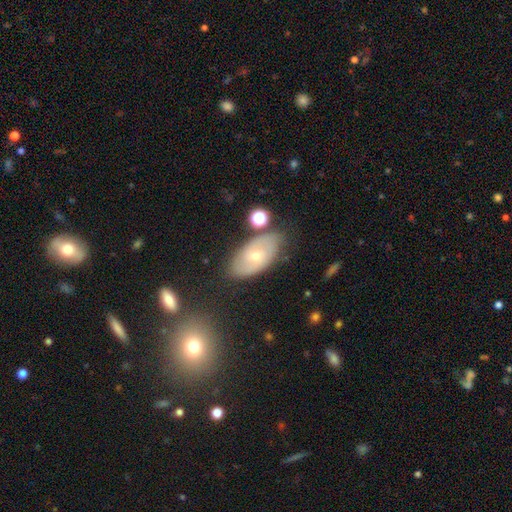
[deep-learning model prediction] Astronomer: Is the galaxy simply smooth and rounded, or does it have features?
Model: featured or disk — 51% (runner-up: smooth, 41%).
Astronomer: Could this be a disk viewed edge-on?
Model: no — 90%.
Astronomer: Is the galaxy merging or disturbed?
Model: none — 73%.